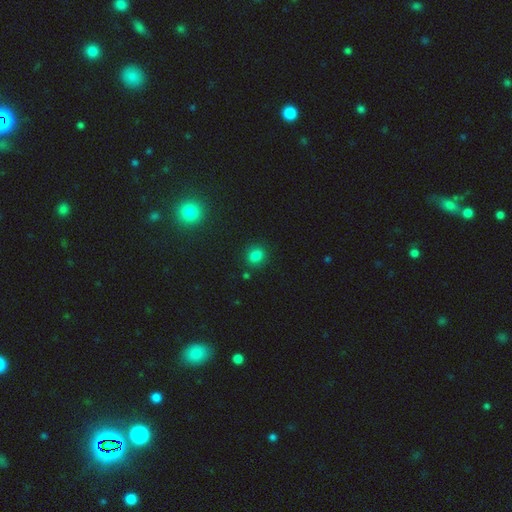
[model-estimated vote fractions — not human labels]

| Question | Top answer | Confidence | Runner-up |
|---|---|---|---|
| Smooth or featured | smooth | 81% | star or artifact (14%) |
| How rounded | round | 74% | in between (25%) |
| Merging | none | 86% | minor disturbance (9%) |